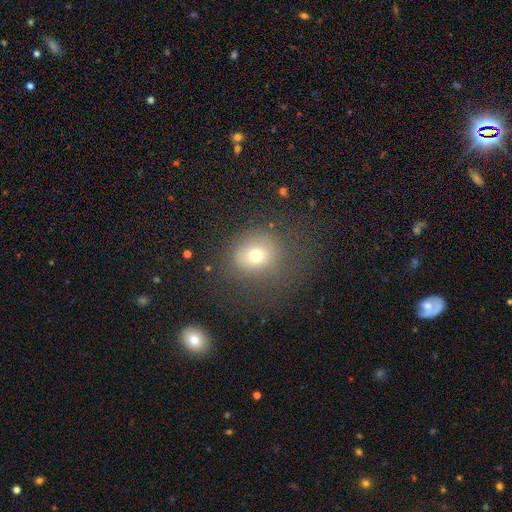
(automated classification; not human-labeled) A smooth galaxy with no disk features (69%) that is round (78%). Merging: none (68%).